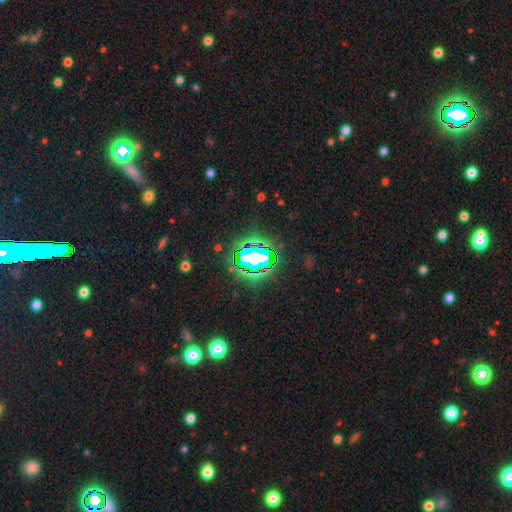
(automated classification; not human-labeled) Smooth or featured: star or artifact — 77% (smooth — 12%)